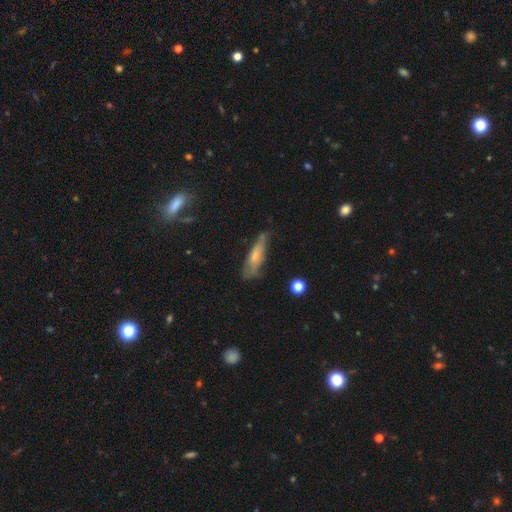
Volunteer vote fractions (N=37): This appears to be a smooth galaxy with no disk features (51%) that is cigar-shaped (68%). Merging: none (53%).